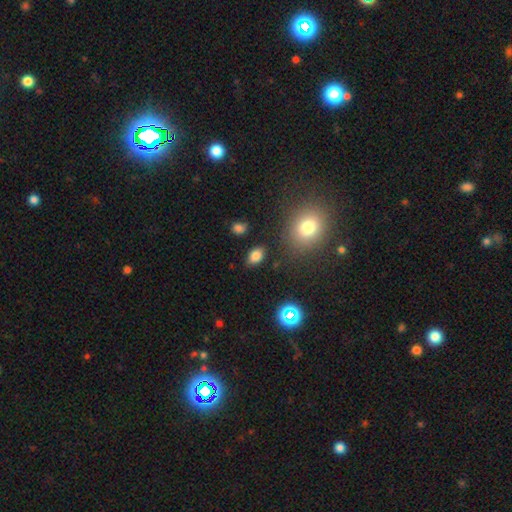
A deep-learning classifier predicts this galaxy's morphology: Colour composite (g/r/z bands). It shows a smooth galaxy with no disk features (81%) that is in between round and cigar-shaped (87%). Merging: none (84%).